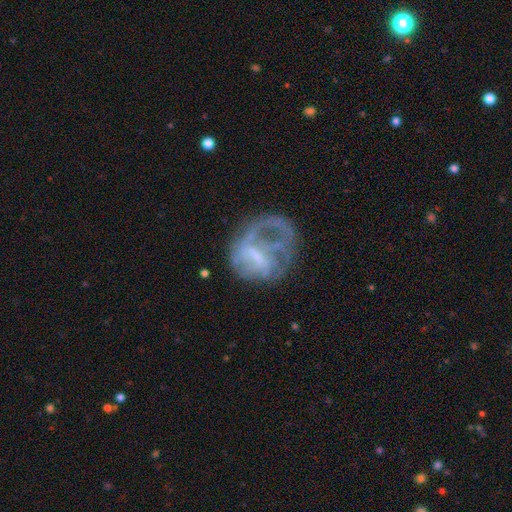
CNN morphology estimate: Q: Smooth or featured?
A: featured or disk (66%); runner-up: smooth (24%)
Q: Edge-on disk?
A: no (98%); runner-up: yes (2%)
Q: Bar?
A: no (45%); runner-up: weak (39%)
Q: Spiral arms?
A: no (52%); runner-up: yes (48%)
Q: Bulge size?
A: none (49%); runner-up: small (27%)
Q: Merging?
A: major disturbance (43%); runner-up: none (36%)